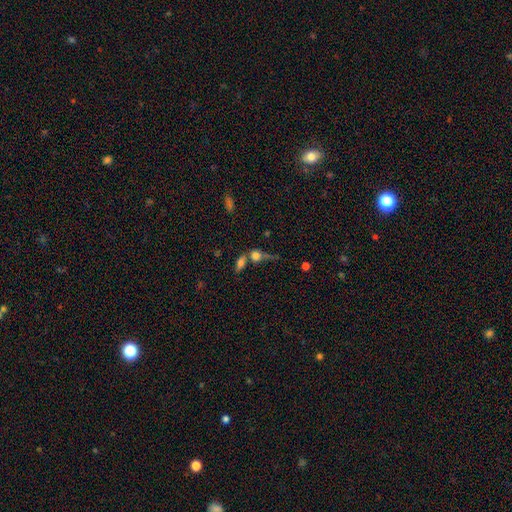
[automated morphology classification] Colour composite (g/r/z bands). It shows a smooth galaxy with no disk features (69%) that is round (50%). Merging: merger (41%).